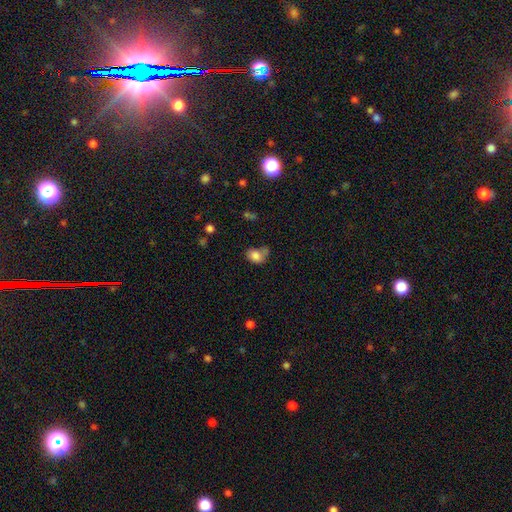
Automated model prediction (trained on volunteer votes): The model was most divided on "merging": none: 39%, minor disturbance: 27%, merger: 20%, major disturbance: 14%. More confident: smooth or featured — smooth (80%); how rounded — in between (64%).